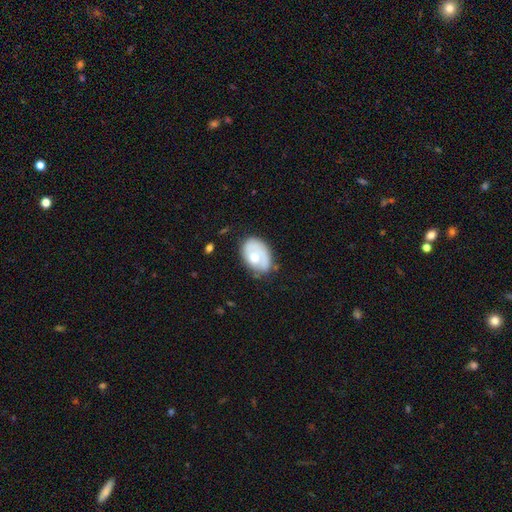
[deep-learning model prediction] Q: Smooth or featured?
A: smooth (50%); runner-up: featured or disk (44%)
Q: How rounded?
A: in between (82%); runner-up: round (16%)
Q: Merging?
A: none (60%); runner-up: minor disturbance (26%)